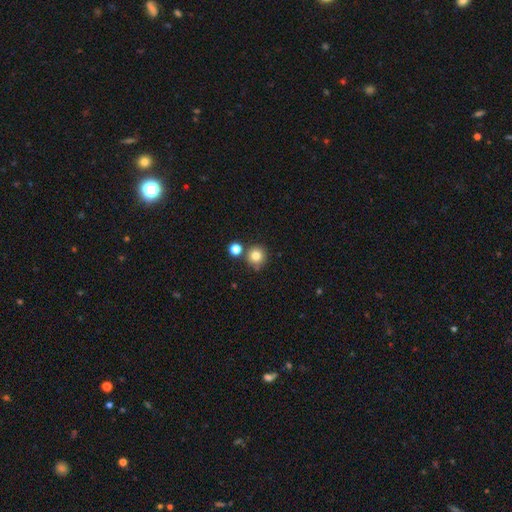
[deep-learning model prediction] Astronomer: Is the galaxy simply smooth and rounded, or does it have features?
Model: smooth — 80%.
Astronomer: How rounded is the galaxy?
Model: round — 93%.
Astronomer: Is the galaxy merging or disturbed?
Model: none — 74%.